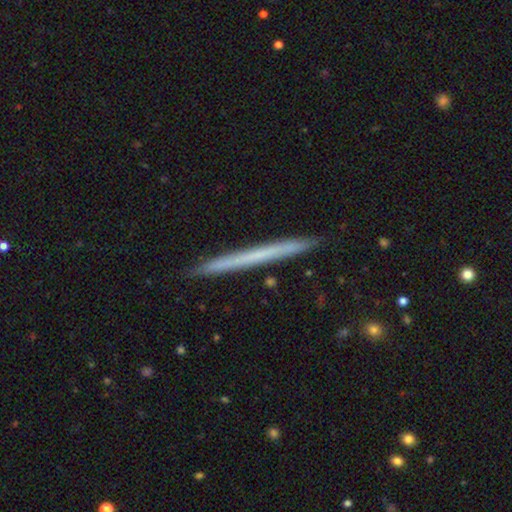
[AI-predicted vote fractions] A smooth galaxy with no disk features (51%) that is cigar-shaped (97%).

Vote fractions:
- Smooth or featured? smooth: 51% / featured or disk: 43% / star or artifact: 6%
- How rounded? cigar-shaped: 97% / in between: 1% / round: 1%
- Merging? none: 92% / minor disturbance: 6% / major disturbance: 1% / merger: 1%